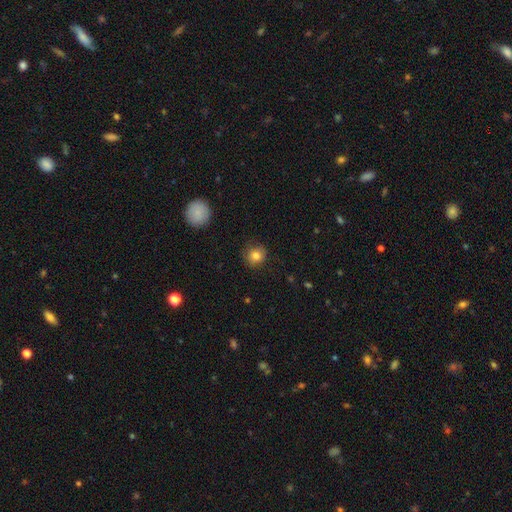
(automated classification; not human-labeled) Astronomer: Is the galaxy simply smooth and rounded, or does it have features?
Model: smooth — 81%.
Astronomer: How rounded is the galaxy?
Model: round — 89%.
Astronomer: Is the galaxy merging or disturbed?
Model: none — 80%.